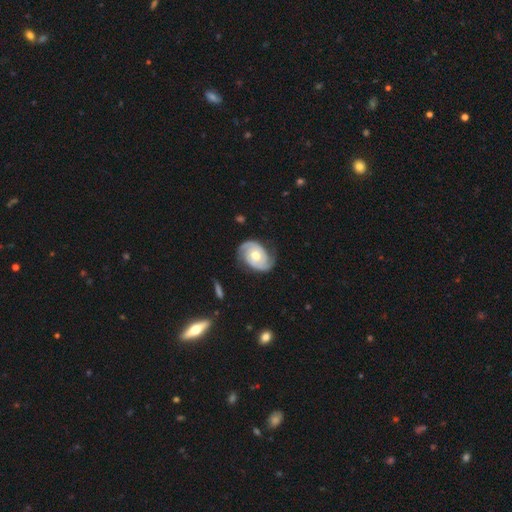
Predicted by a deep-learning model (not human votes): smooth_or_featured: featured or disk (p=0.87) [alt: smooth p=0.09]
disk_edge_on: no (p=0.97) [alt: yes p=0.03]
bar: no (p=0.68) [alt: weak p=0.26]
has_spiral_arms: yes (p=0.97) [alt: no p=0.03]
spiral_winding: tight (p=0.55) [alt: medium p=0.35]
spiral_arm_count: 2 (p=0.89) [alt: can't tell p=0.04]
bulge_size: moderate (p=0.73) [alt: small p=0.17]
merging: none (p=0.78) [alt: minor disturbance p=0.16]